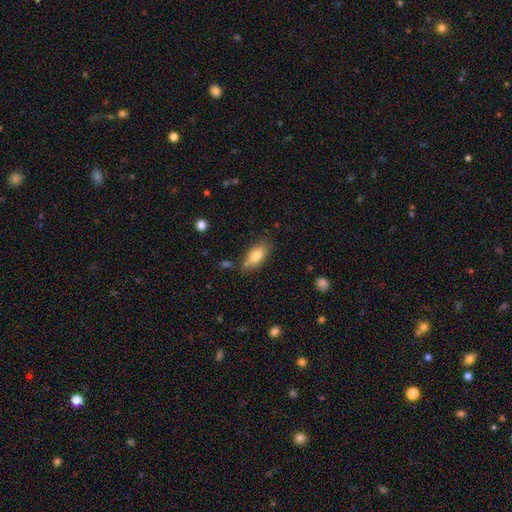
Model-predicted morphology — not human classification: Smooth or featured? Predicted: smooth (p=0.80). How rounded? Predicted: in between (p=0.87). Merging? Predicted: none (p=0.71).